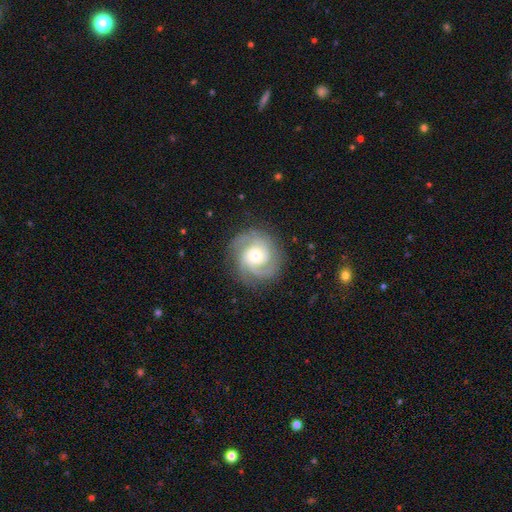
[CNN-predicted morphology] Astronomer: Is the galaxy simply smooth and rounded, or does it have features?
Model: featured or disk — 85%.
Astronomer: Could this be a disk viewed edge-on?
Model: no — 98%.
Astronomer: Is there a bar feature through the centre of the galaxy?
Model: no — 61%.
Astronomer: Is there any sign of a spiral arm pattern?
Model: yes — 97%.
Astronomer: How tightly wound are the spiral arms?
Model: tight — 56% (runner-up: medium, 37%).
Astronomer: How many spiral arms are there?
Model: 3 — 38% (runner-up: 2, 34%).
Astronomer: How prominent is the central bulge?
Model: moderate — 59%.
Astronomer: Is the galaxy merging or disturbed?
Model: none — 82%.